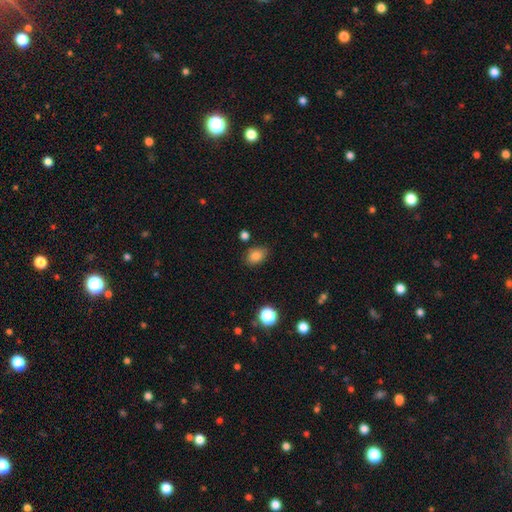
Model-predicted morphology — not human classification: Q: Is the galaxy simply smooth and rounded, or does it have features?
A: smooth — 82%.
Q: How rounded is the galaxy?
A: in between — 73%.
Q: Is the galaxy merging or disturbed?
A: none — 79%.